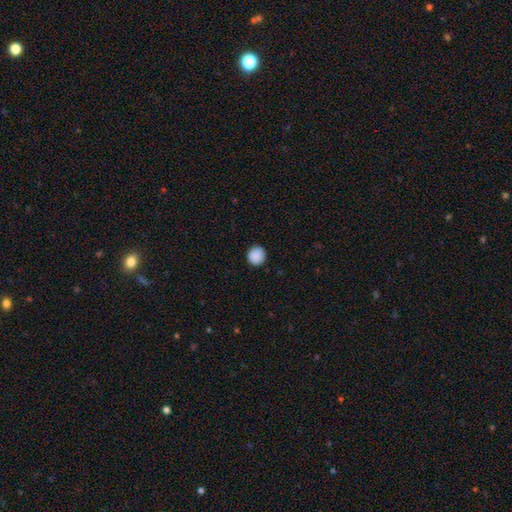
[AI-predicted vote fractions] Morphology: type=smooth (89%); roundness=round (94%); merging=none (90%).